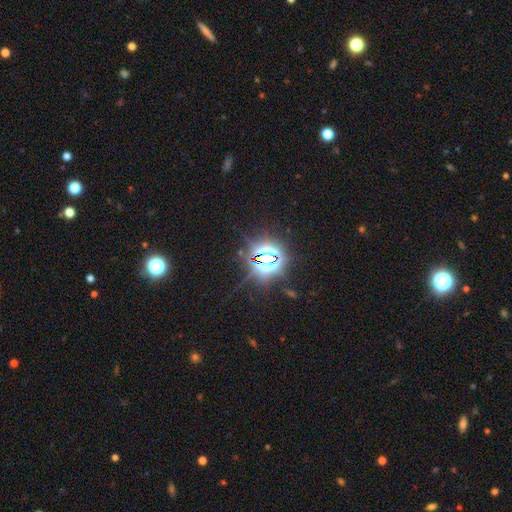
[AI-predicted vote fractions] A star or artifact, not a galaxy (82%).

Vote fractions:
- Smooth or featured? star or artifact: 82% / smooth: 12% / featured or disk: 6%